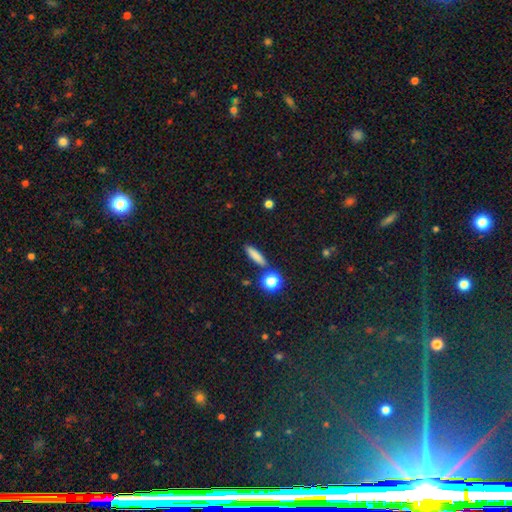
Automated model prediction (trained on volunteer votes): smooth-or-featured: smooth: 80% | star or artifact: 10% | featured or disk: 10%
  how-rounded: cigar-shaped: 73% | in between: 21% | round: 6%
  merging: none: 85% | minor disturbance: 8% | merger: 5% | major disturbance: 2%